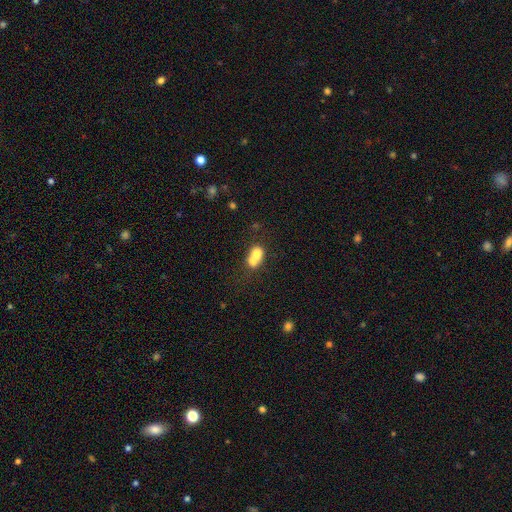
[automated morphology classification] smooth_or_featured: smooth (p=0.69) [alt: featured or disk p=0.21]
how_rounded: in between (p=0.62) [alt: round p=0.36]
merging: merger (p=0.63) [alt: none p=0.23]